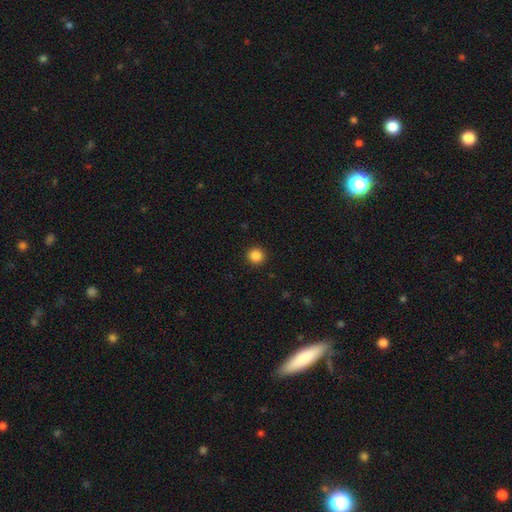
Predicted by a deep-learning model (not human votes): Q: Smooth or featured?
A: smooth (86%); runner-up: star or artifact (11%)
Q: How rounded?
A: round (95%); runner-up: in between (4%)
Q: Merging?
A: none (93%); runner-up: minor disturbance (4%)